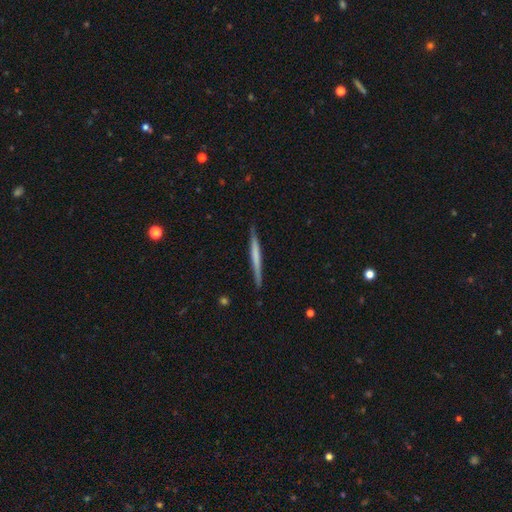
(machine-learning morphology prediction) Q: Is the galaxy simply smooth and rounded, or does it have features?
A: smooth — 48%.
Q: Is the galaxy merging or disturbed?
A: none — 90%.